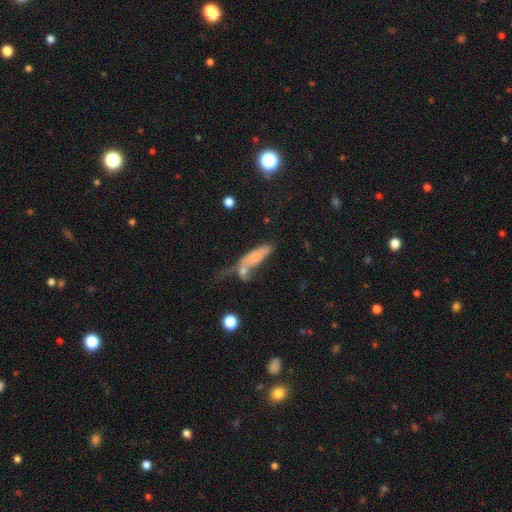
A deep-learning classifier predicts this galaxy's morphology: A smooth galaxy with no disk features (62%) that is cigar-shaped (56%).

Vote fractions:
- Smooth or featured? smooth: 62% / featured or disk: 25% / star or artifact: 13%
- How rounded? cigar-shaped: 56% / in between: 40% / round: 4%
- Merging? merger: 29% / none: 28% / major disturbance: 24% / minor disturbance: 20%